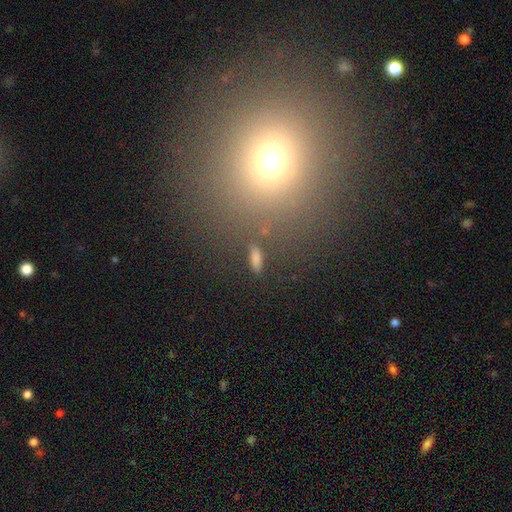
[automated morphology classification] Smooth or featured: smooth — 76% (star or artifact — 14%)
How rounded: in between — 54% (cigar-shaped — 40%)
Merging: none — 81% (minor disturbance — 11%)